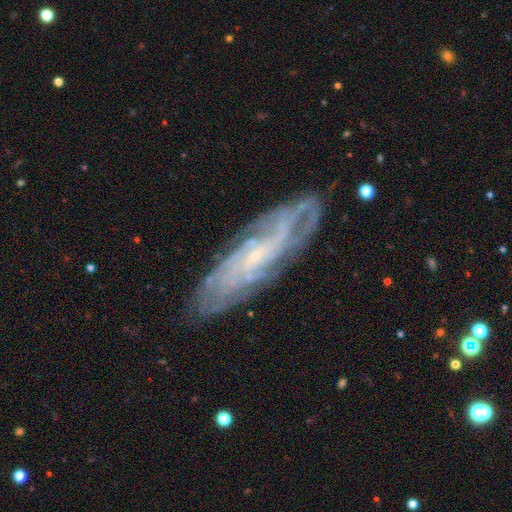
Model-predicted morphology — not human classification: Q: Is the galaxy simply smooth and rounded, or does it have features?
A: featured or disk — 80%.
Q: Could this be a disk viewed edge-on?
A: no — 80%.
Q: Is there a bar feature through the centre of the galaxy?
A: no — 62%.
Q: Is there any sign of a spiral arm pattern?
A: yes — 93%.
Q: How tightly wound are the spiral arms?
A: tight — 64%.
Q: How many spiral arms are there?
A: can't tell — 46%.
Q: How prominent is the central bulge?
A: small — 82%.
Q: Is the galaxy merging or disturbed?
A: none — 80%.